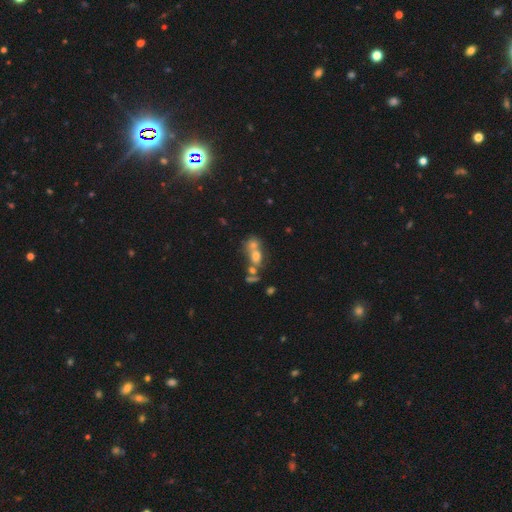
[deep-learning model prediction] A smooth galaxy with no disk features (61%) that is in between round and cigar-shaped (50%). Merging: merger (61%).